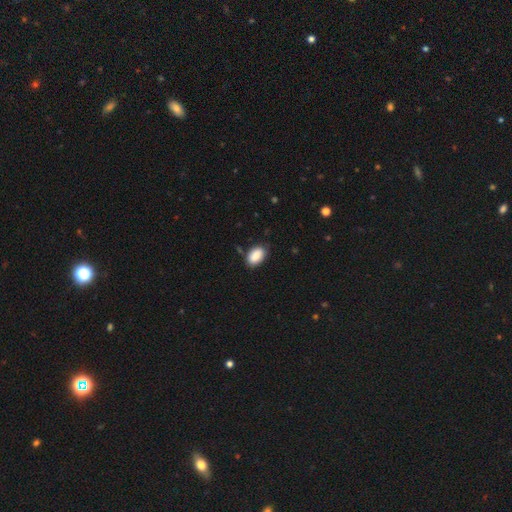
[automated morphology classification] This appears to be a smooth galaxy with no disk features (89%) that is in between round and cigar-shaped (93%). Merging: none (79%).